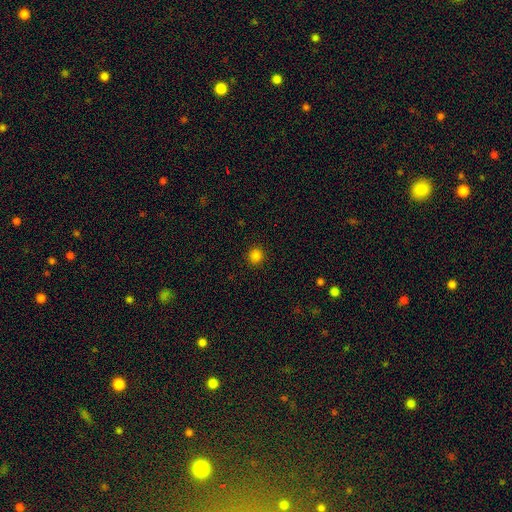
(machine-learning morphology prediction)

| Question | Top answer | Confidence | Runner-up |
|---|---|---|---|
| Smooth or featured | smooth | 83% | star or artifact (14%) |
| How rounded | round | 92% | in between (7%) |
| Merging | none | 92% | minor disturbance (5%) |